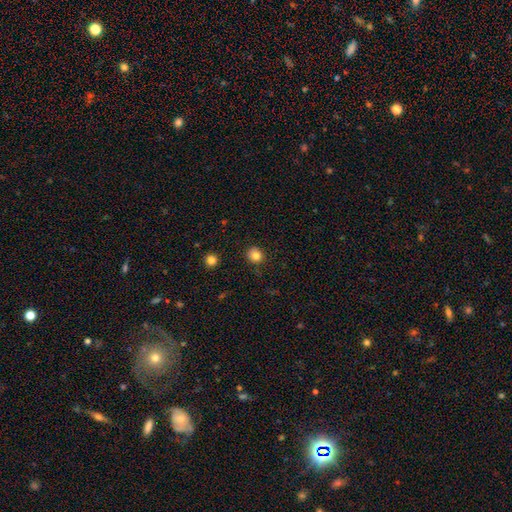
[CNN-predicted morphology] This is clearly a smooth galaxy (81%). How rounded: clearly round (86%). Merging: clearly none (84%).